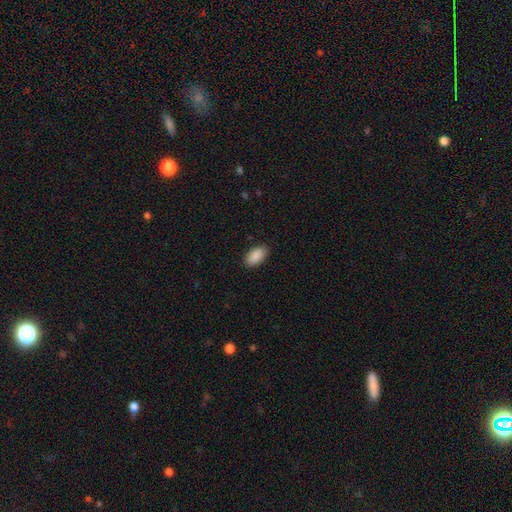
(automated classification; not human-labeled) This is clearly a smooth galaxy (91%). How rounded: clearly in between (95%). Merging: clearly none (88%).